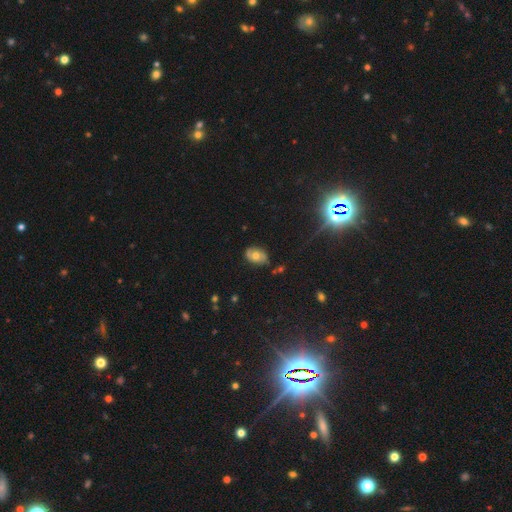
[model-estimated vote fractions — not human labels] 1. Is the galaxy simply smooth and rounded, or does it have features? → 52% smooth, 34% featured or disk, 14% star or artifact.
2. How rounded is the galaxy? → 79% in between, 20% round, 2% cigar-shaped.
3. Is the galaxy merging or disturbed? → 73% none, 20% minor disturbance, 4% major disturbance, 3% merger.